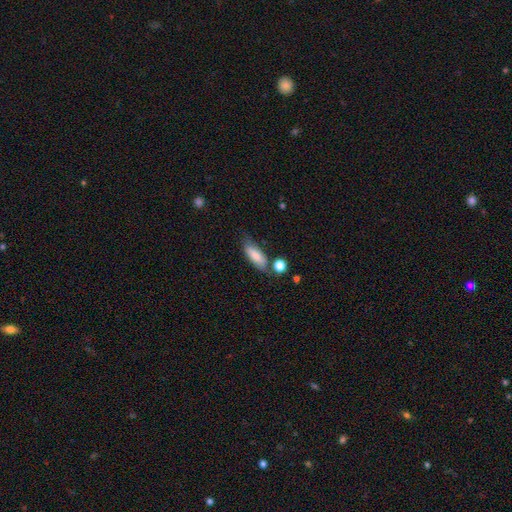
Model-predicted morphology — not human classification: Smooth or featured? smooth (78%)
How rounded? in between (68%)
Merging? none (60%)